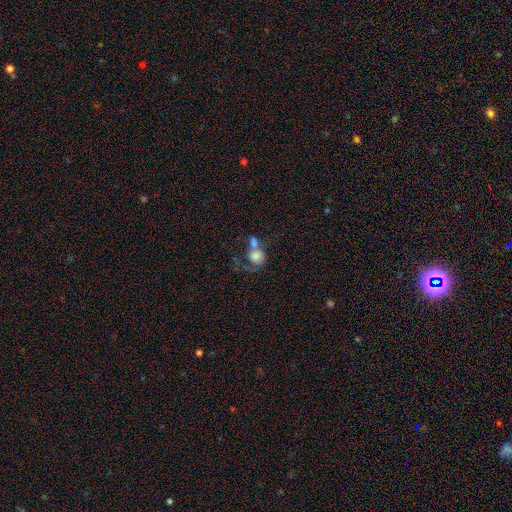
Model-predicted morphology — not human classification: The model was most divided on "how rounded": round: 67%, in between: 31%, cigar-shaped: 1%. More confident: smooth or featured — smooth (65%); merging — merger (61%).